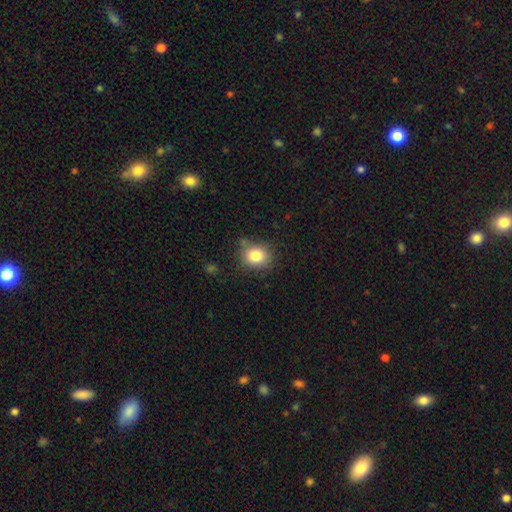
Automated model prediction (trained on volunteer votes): A smooth galaxy with no disk features (82%) that is round (66%).

Vote fractions:
- Smooth or featured? smooth: 82% / star or artifact: 10% / featured or disk: 8%
- How rounded? round: 66% / in between: 33% / cigar-shaped: 1%
- Merging? none: 74% / minor disturbance: 18% / major disturbance: 5% / merger: 3%